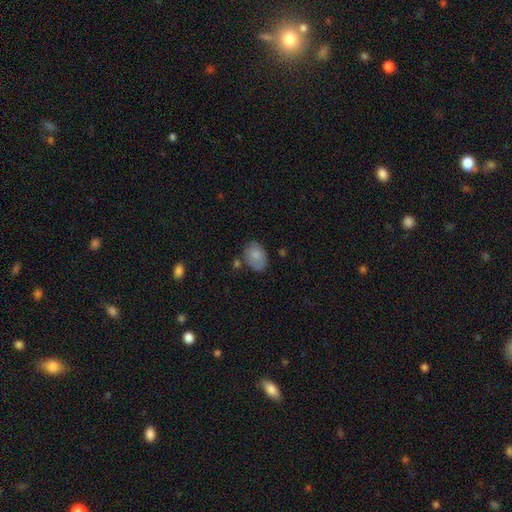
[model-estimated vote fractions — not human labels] smooth 82%, featured or disk 10%, star or artifact 8%. Down the decision tree: how rounded — in between (81%); merging — none (63%).